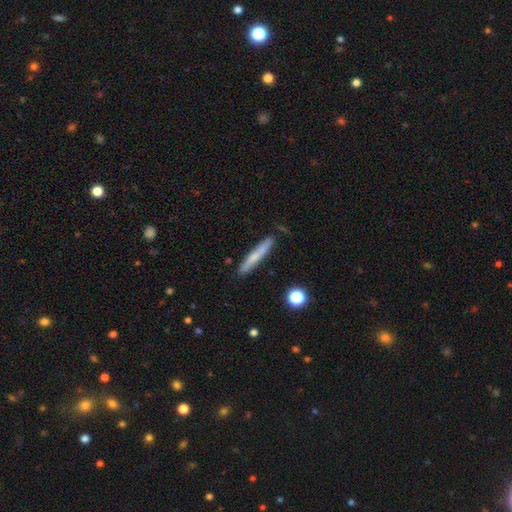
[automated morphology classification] A smooth galaxy with no disk features (59%) that is cigar-shaped (93%). Merging: none (82%).